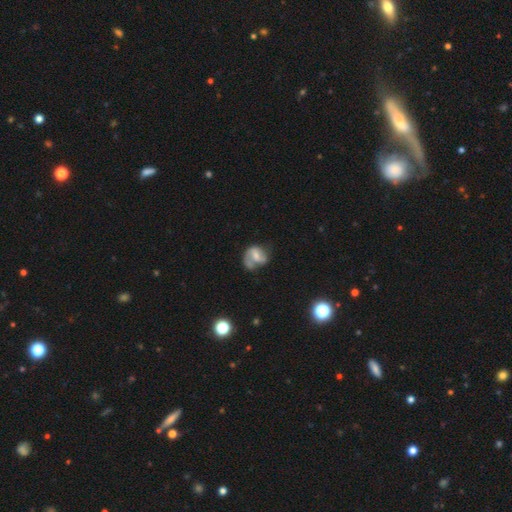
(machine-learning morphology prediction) A featured or disk galaxy (54%) with a weak bar (42%), spiral arms (69%) and a small central bulge (38%). Merging: none (36%).